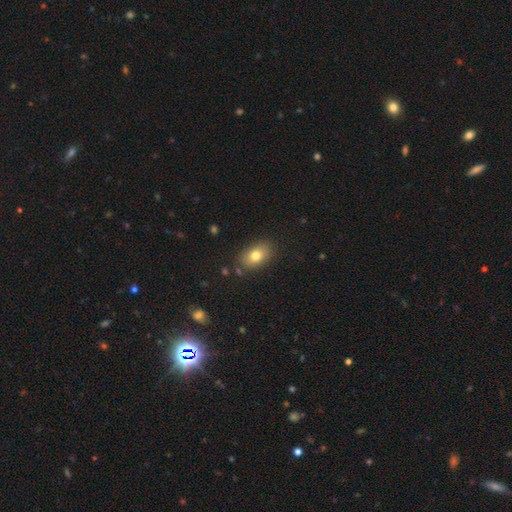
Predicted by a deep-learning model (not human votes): smooth-or-featured: smooth: 78% | featured or disk: 13% | star or artifact: 9%
  how-rounded: in between: 84% | round: 14% | cigar-shaped: 2%
  merging: none: 83% | minor disturbance: 12% | major disturbance: 3% | merger: 2%